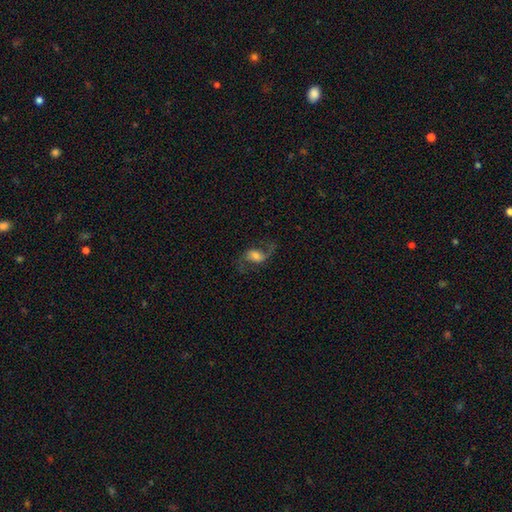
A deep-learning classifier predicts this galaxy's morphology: Overall: featured or disk (70%). Edge-on disk: no (96%). Bar: no (44%; weak 40%). Spiral arms: yes (92%). Spiral arm count: 2 (88%). Spiral winding: loose (69%). Bulge size: moderate (48%; small 26%). Merging: none (68%).